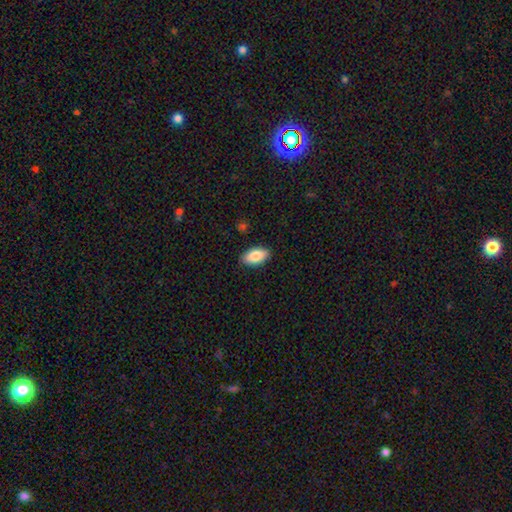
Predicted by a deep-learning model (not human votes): Morphology: type=smooth (85%); roundness=in between (94%); merging=none (88%).